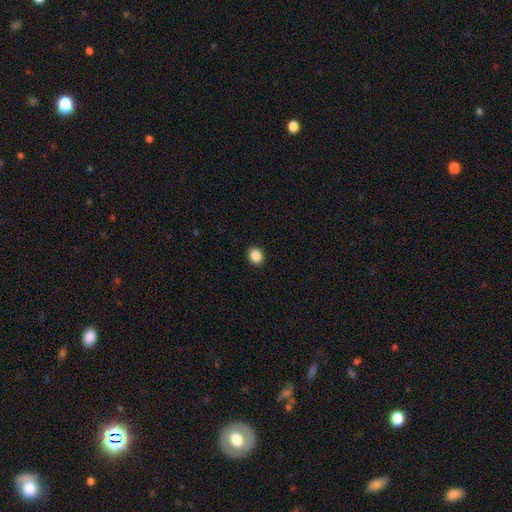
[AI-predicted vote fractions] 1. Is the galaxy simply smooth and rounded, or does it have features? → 88% smooth, 9% star or artifact, 3% featured or disk.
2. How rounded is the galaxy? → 62% round, 37% in between, 1% cigar-shaped.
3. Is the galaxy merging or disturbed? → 92% none, 5% minor disturbance, 2% major disturbance, 1% merger.